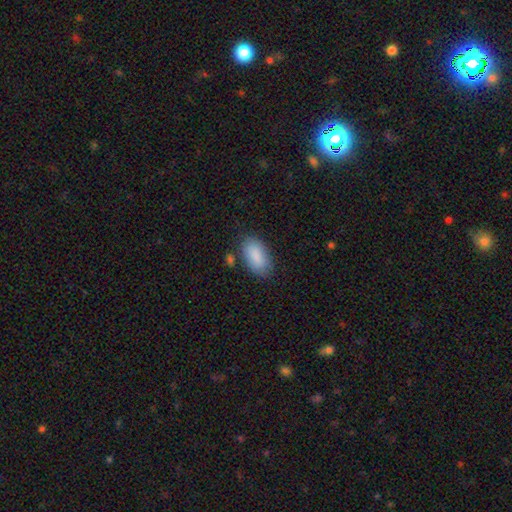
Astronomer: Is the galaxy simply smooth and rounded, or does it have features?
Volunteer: smooth — 92%.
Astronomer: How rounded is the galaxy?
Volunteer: in between — 97%.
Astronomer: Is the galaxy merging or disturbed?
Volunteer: none — 84%.